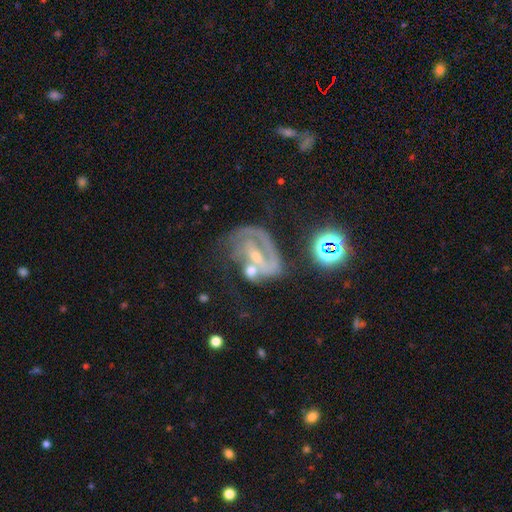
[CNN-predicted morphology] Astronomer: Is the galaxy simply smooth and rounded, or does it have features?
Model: featured or disk — 70%.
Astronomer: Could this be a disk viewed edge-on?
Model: no — 97%.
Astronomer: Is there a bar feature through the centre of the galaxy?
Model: no — 41% (runner-up: weak, 38%).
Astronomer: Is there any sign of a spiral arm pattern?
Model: yes — 72%.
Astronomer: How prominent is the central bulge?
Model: small — 47% (runner-up: moderate, 42%).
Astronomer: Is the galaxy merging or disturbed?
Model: none — 31% (runner-up: merger, 28%).